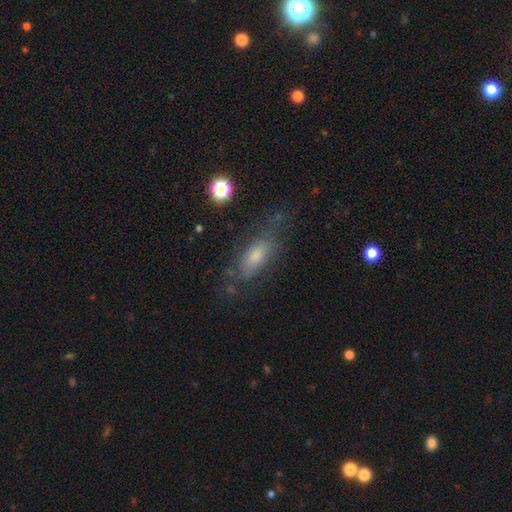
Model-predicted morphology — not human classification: A smooth galaxy with no disk features (57%) that is in between round and cigar-shaped (74%).

Vote fractions:
- Smooth or featured? smooth: 57% / featured or disk: 31% / star or artifact: 12%
- How rounded? in between: 74% / cigar-shaped: 21% / round: 4%
- Merging? none: 58% / minor disturbance: 24% / major disturbance: 15% / merger: 3%